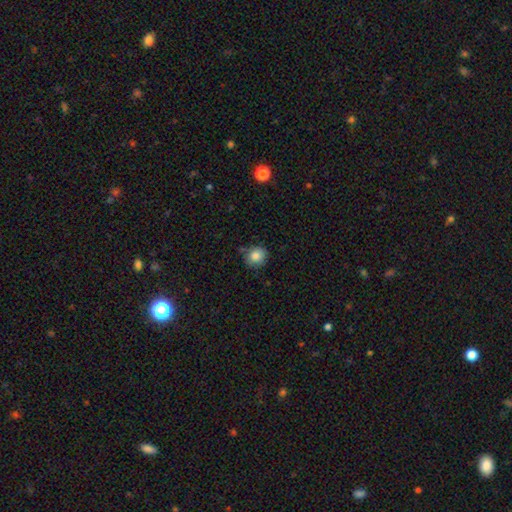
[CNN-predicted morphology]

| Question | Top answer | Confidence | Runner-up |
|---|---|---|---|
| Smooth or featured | smooth | 84% | star or artifact (10%) |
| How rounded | round | 84% | in between (15%) |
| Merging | none | 77% | minor disturbance (16%) |